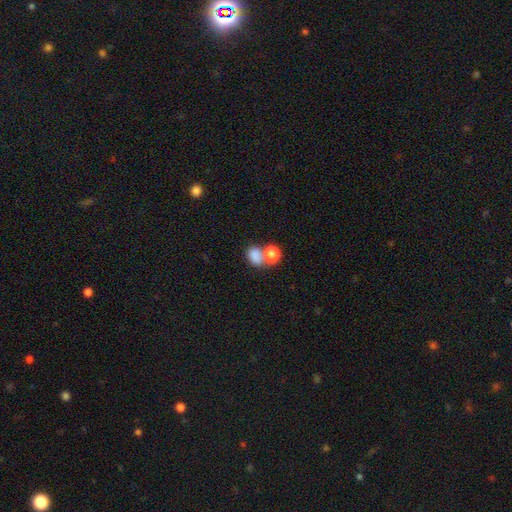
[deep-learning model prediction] This appears to be a smooth galaxy with no disk features (79%) that is in between round and cigar-shaped (58%). Merging: merger (50%).